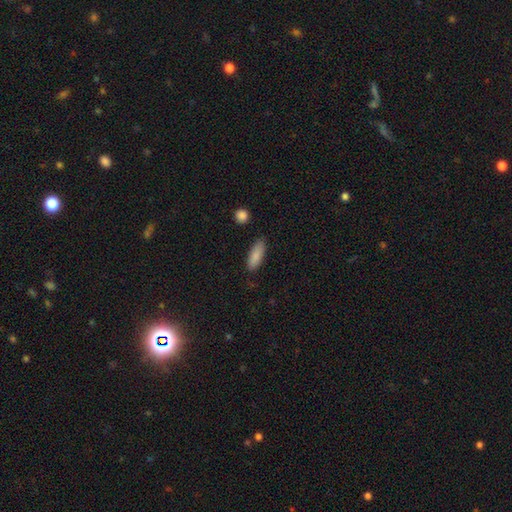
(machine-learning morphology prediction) Smooth or featured? Predicted: smooth (p=0.86). How rounded? Predicted: in between (p=0.69). Merging? Predicted: none (p=0.83).